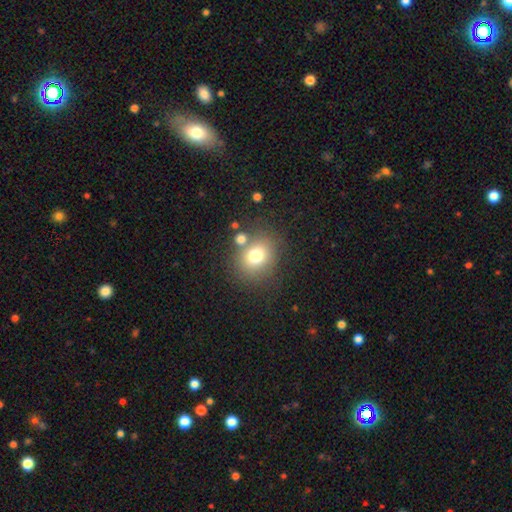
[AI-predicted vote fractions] Smooth or featured: smooth — 73% (star or artifact — 14%)
How rounded: round — 69% (in between — 30%)
Merging: none — 70% (merger — 13%)